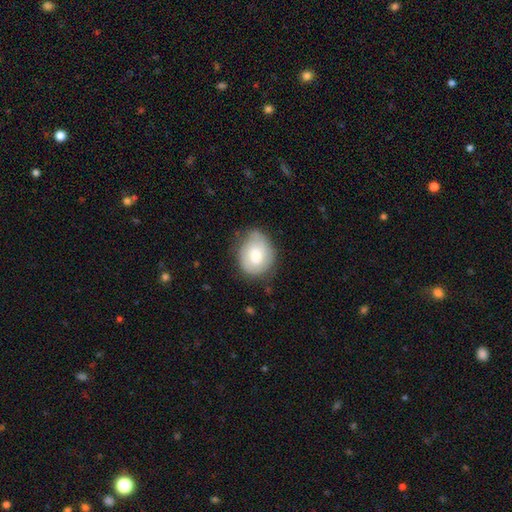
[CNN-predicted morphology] Smooth or featured: smooth — 51% (featured or disk — 43%)
How rounded: round — 63% (in between — 36%)
Merging: none — 64% (minor disturbance — 27%)